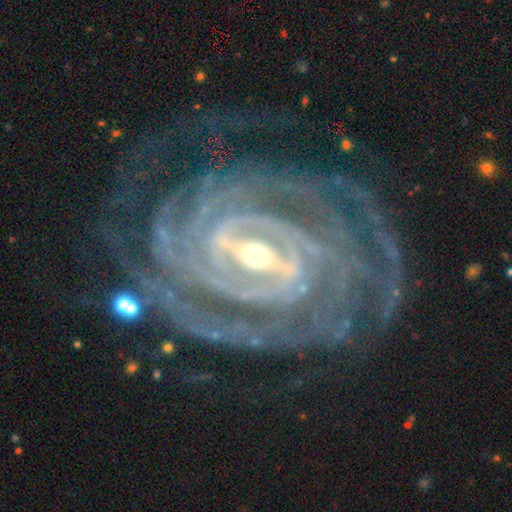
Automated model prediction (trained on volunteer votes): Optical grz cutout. It shows a featured or disk galaxy (93%) with a strong bar (63%), 4 (22%) tight (80%) spiral arms (98%) and a small central bulge (50%). Merging: none (74%).